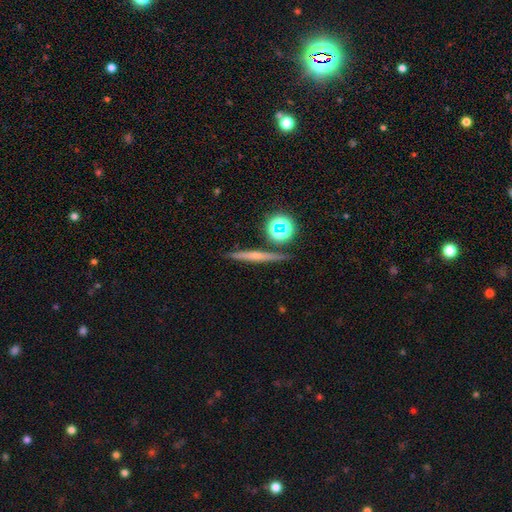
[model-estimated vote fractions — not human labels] Overall: featured or disk (47%; smooth 38%). Merging: none (86%).